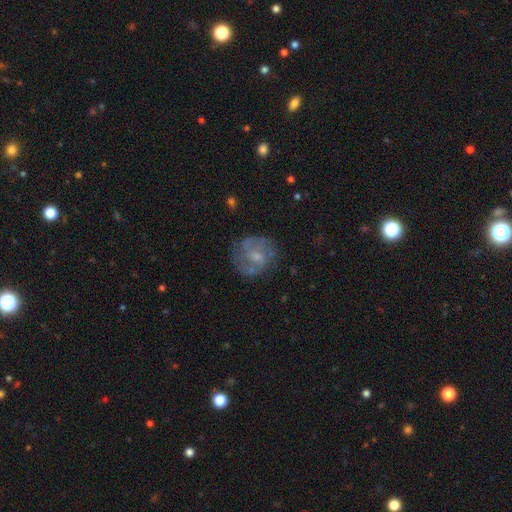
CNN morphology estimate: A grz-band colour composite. It shows a featured or disk galaxy (60%) with no bar (52%), spiral arms (71%) and a small central bulge (52%). Merging: none (68%).